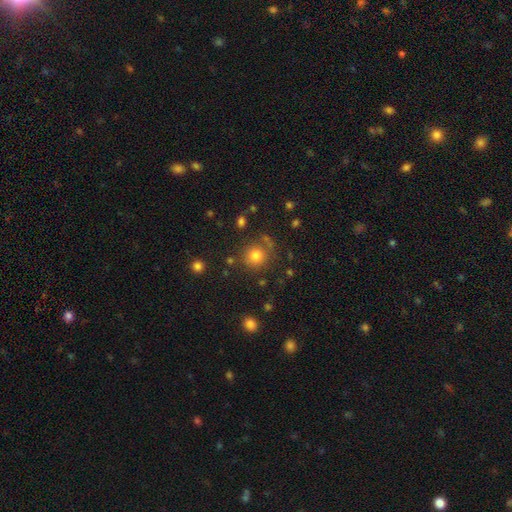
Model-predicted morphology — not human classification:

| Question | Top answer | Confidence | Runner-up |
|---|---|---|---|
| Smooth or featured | smooth | 79% | star or artifact (13%) |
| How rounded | round | 90% | in between (9%) |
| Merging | none | 76% | minor disturbance (11%) |